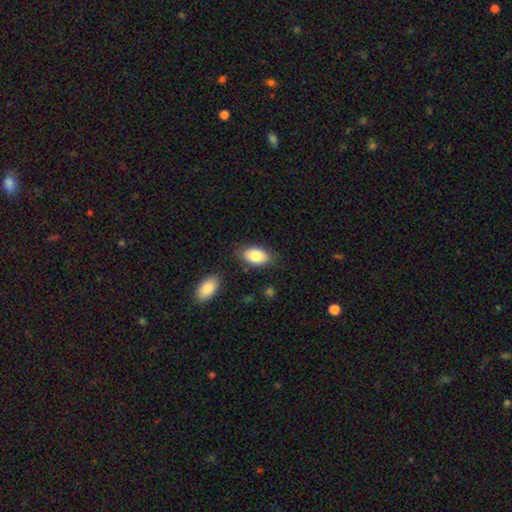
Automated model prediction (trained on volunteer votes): Smooth or featured: smooth — 84% (featured or disk — 9%)
How rounded: in between — 93% (round — 5%)
Merging: none — 78% (minor disturbance — 14%)